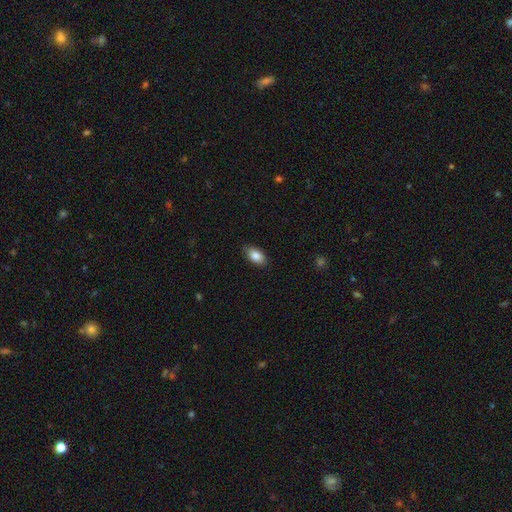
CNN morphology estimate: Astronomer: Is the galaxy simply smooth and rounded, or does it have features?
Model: smooth — 85%.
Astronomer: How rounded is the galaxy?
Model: in between — 92%.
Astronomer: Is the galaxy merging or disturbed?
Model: none — 87%.